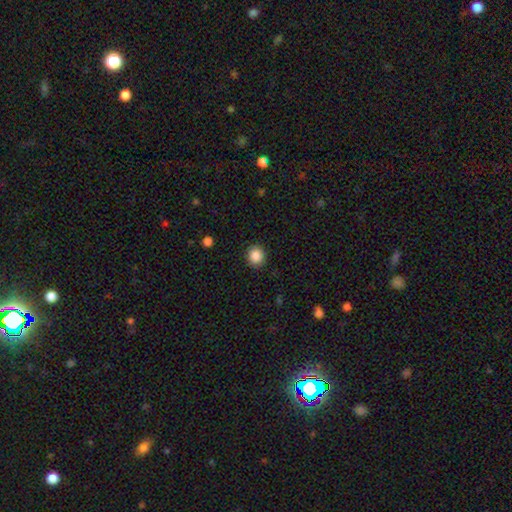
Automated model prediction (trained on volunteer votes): Smooth or featured?
  - smooth: 87% *
  - star or artifact: 9%
  - featured or disk: 4%
How rounded?
  - round: 82% *
  - in between: 17%
  - cigar-shaped: 1%
Merging?
  - none: 90% *
  - minor disturbance: 7%
  - major disturbance: 2%
  - merger: 1%